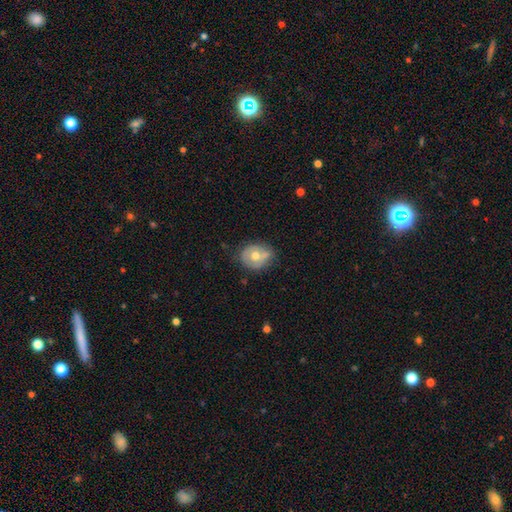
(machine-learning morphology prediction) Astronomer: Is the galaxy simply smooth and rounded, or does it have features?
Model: smooth — 48% (runner-up: featured or disk, 44%).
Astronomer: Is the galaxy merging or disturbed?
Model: none — 62%.